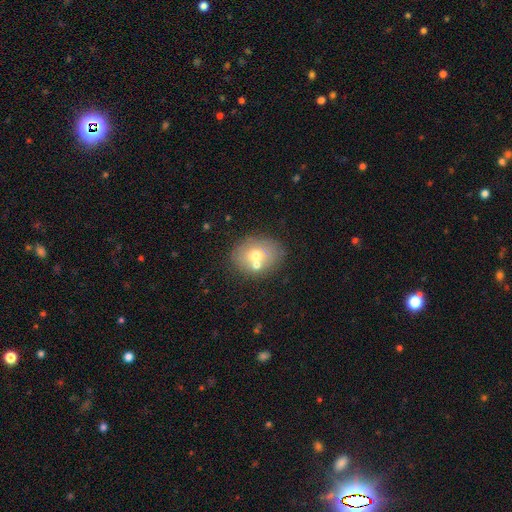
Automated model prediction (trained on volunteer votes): A smooth galaxy with no disk features (64%) that is in between round and cigar-shaped (53%).

Vote fractions:
- Smooth or featured? smooth: 64% / featured or disk: 26% / star or artifact: 10%
- How rounded? in between: 53% / round: 46% / cigar-shaped: 1%
- Merging? none: 61% / merger: 22% / minor disturbance: 12% / major disturbance: 4%